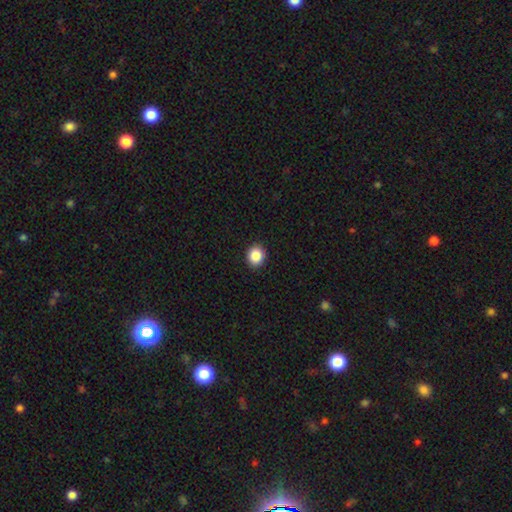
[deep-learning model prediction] Morphology: type=smooth (88%); roundness=round (79%); merging=none (92%).